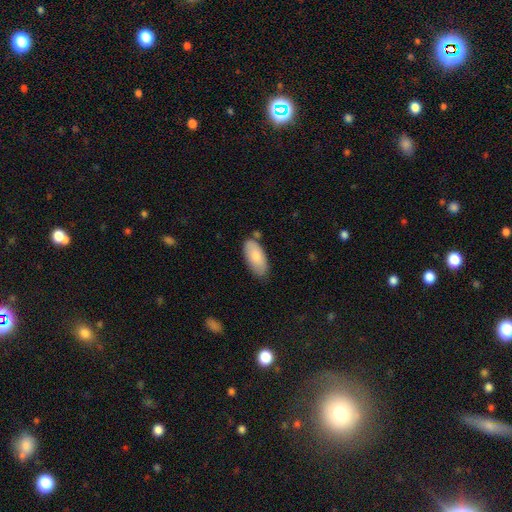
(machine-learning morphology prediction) Smooth or featured? smooth (81%)
How rounded? in between (92%)
Merging? none (73%)